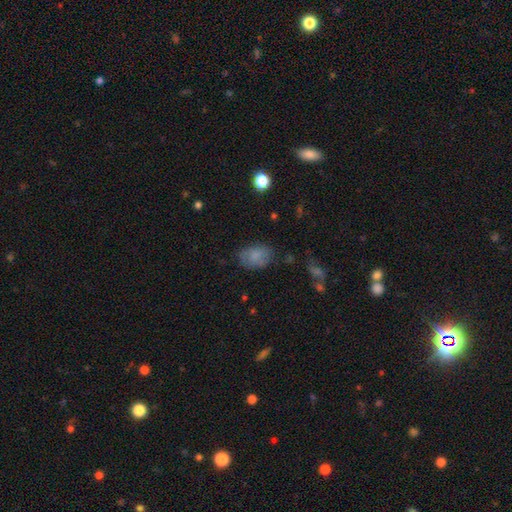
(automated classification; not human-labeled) A smooth galaxy with no disk features (78%) that is in between round and cigar-shaped (81%).

Vote fractions:
- Smooth or featured? smooth: 78% / featured or disk: 13% / star or artifact: 10%
- How rounded? in between: 81% / round: 17% / cigar-shaped: 1%
- Merging? none: 70% / minor disturbance: 21% / major disturbance: 7% / merger: 2%